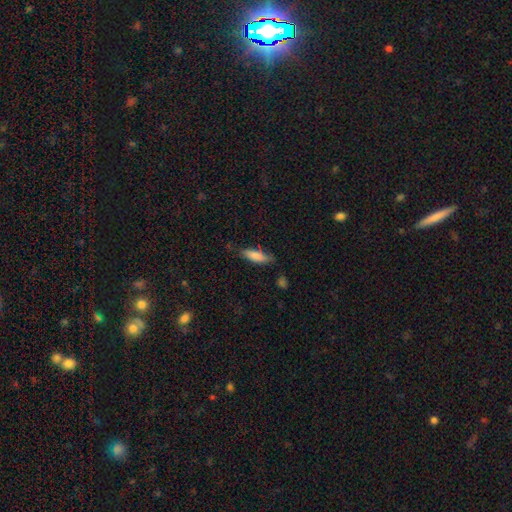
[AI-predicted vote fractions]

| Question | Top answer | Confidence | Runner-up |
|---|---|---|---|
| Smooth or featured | smooth | 81% | featured or disk (12%) |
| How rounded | cigar-shaped | 50% | in between (48%) |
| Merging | none | 71% | minor disturbance (22%) |